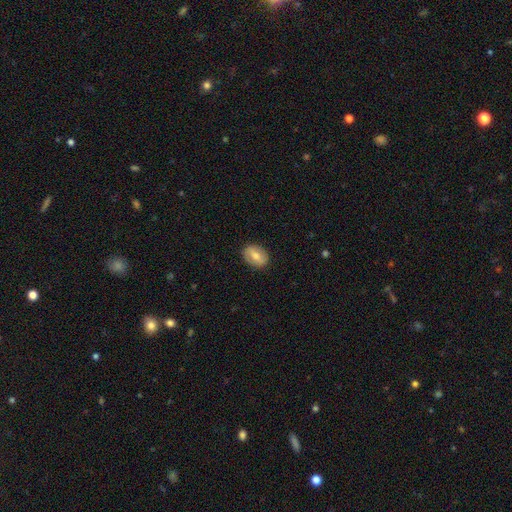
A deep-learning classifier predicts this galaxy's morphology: This appears to be a smooth galaxy with no disk features (58%) that is in between round and cigar-shaped (76%). Merging: none (86%).